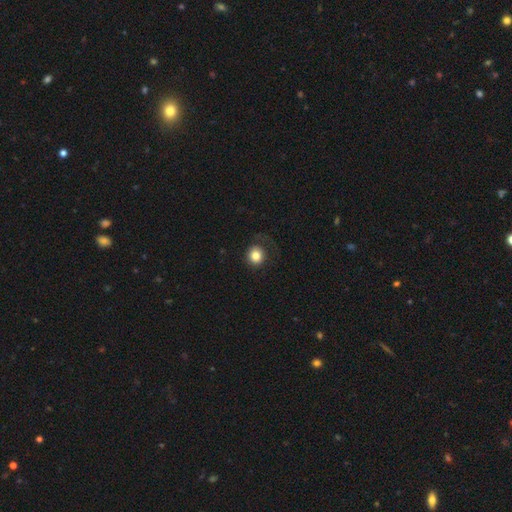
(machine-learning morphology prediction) smooth_or_featured: smooth (p=0.81) [alt: star or artifact p=0.10]
how_rounded: round (p=0.86) [alt: in between p=0.13]
merging: none (p=0.73) [alt: minor disturbance p=0.14]